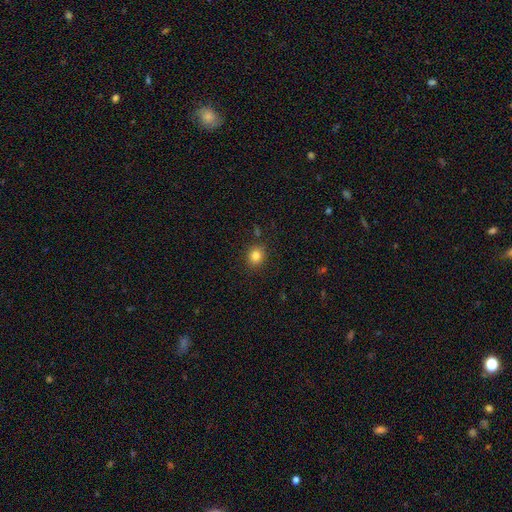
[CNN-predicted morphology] A smooth galaxy with no disk features (83%) that is round (72%).

Vote fractions:
- Smooth or featured? smooth: 83% / star or artifact: 11% / featured or disk: 6%
- How rounded? round: 72% / in between: 27% / cigar-shaped: 1%
- Merging? none: 86% / minor disturbance: 9% / major disturbance: 3% / merger: 2%